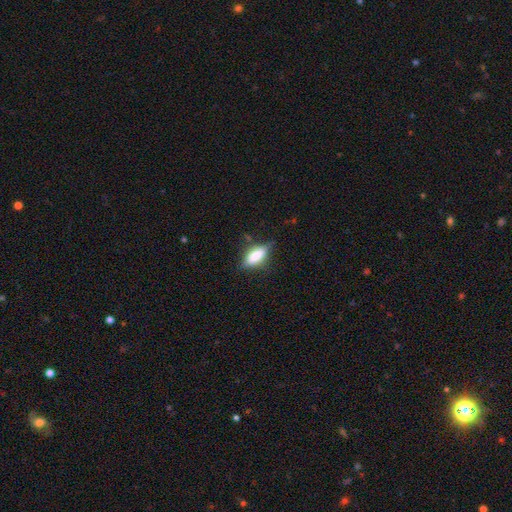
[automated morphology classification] The model was most divided on "merging": none: 62%, minor disturbance: 27%, major disturbance: 9%, merger: 3%. More confident: how rounded — in between (77%); smooth or featured — smooth (69%).